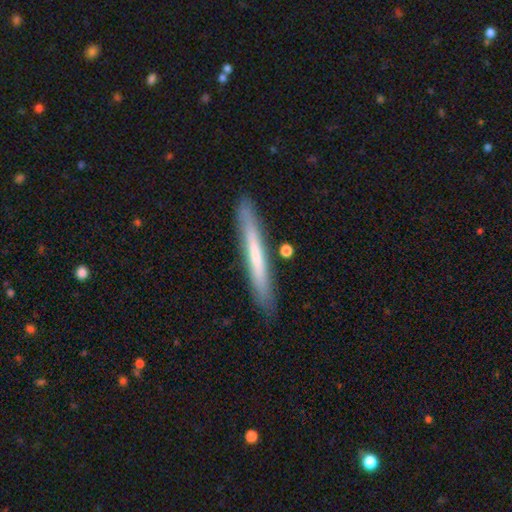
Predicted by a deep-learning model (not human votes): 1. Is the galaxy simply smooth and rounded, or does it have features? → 52% smooth, 42% featured or disk, 6% star or artifact.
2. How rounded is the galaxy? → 96% cigar-shaped, 2% in between, 1% round.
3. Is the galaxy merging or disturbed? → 86% none, 10% minor disturbance, 2% merger, 2% major disturbance.